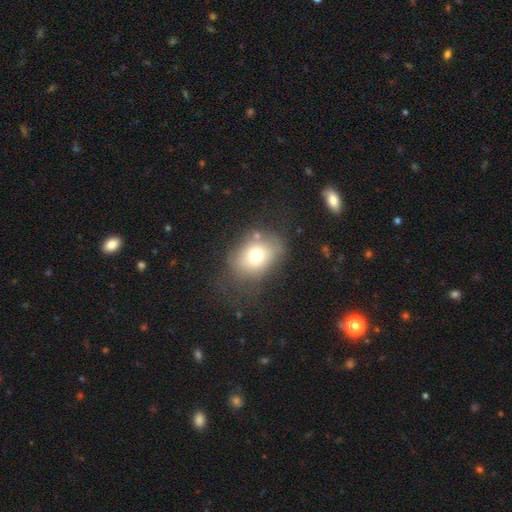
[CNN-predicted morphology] smooth-or-featured: smooth: 71% | featured or disk: 17% | star or artifact: 12%
  how-rounded: in between: 63% | round: 36% | cigar-shaped: 1%
  merging: none: 59% | minor disturbance: 22% | major disturbance: 15% | merger: 5%